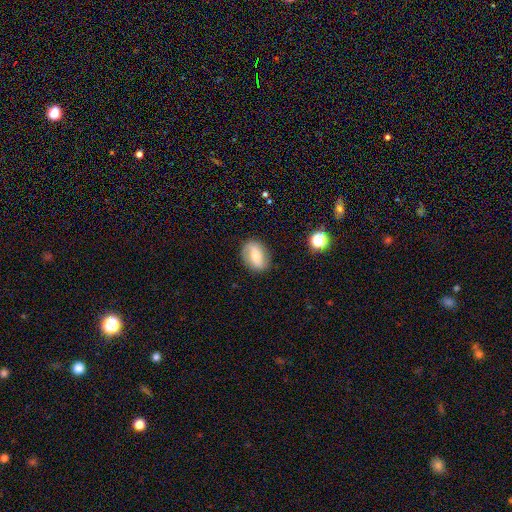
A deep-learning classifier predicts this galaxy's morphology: A smooth galaxy with no disk features (50%). Merging: none (84%).